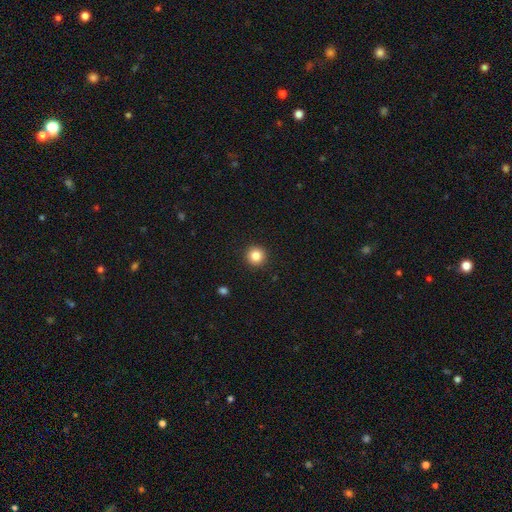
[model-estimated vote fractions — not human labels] Morphology: type=smooth (85%); roundness=round (96%); merging=none (93%).